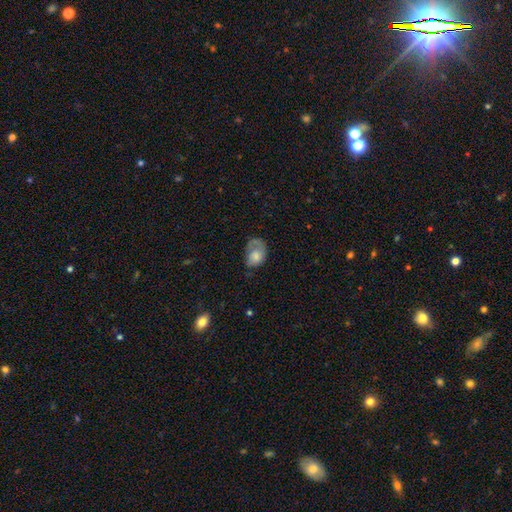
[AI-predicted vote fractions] Overall: smooth (57%; featured or disk 35%). How rounded: in between (78%). Merging: major disturbance (35%; none 34%).